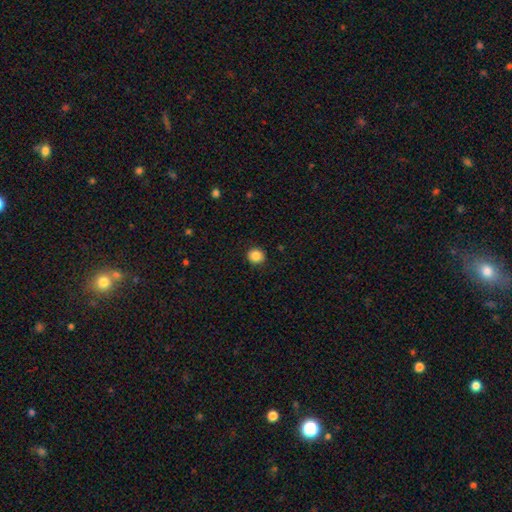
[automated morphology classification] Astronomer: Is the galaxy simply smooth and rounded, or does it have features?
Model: smooth — 86%.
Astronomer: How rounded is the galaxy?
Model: round — 88%.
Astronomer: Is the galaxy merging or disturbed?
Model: none — 91%.